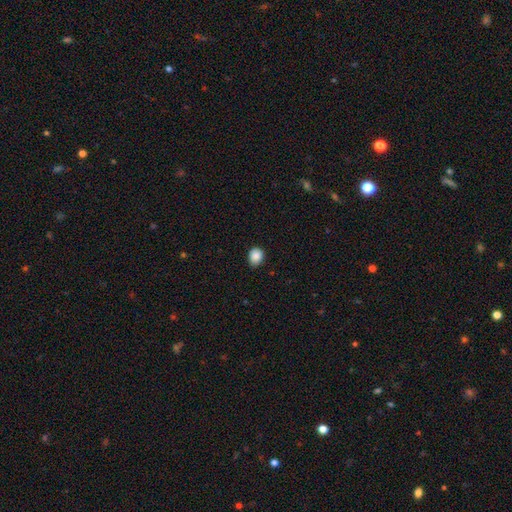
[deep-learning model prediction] This is clearly a smooth galaxy (88%). How rounded: likely round (61%). Merging: clearly none (82%).